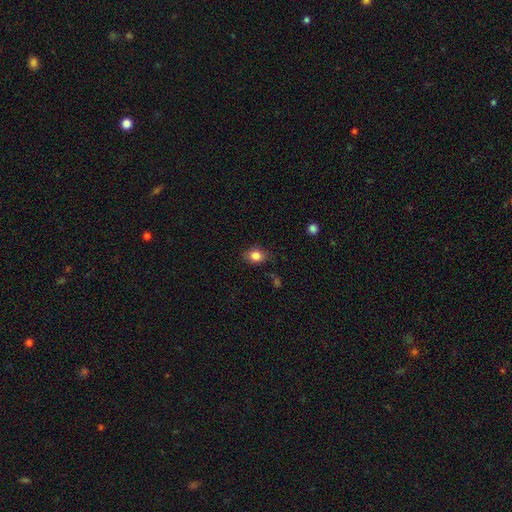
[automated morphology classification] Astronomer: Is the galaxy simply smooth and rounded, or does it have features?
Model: smooth — 83%.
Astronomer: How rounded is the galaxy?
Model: in between — 56% (runner-up: round, 42%).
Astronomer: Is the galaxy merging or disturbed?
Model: none — 79%.